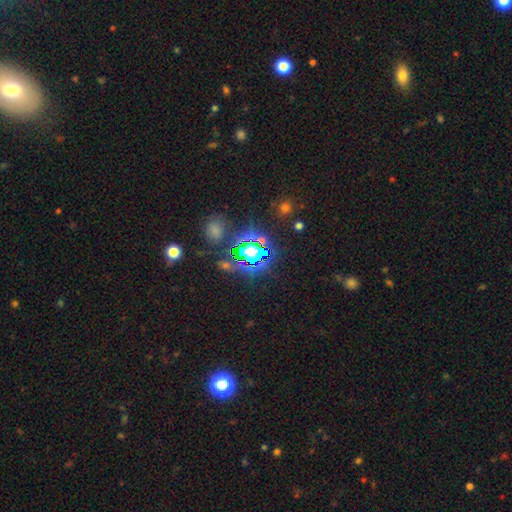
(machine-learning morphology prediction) smooth_or_featured: star or artifact (p=0.68) [alt: smooth p=0.22]